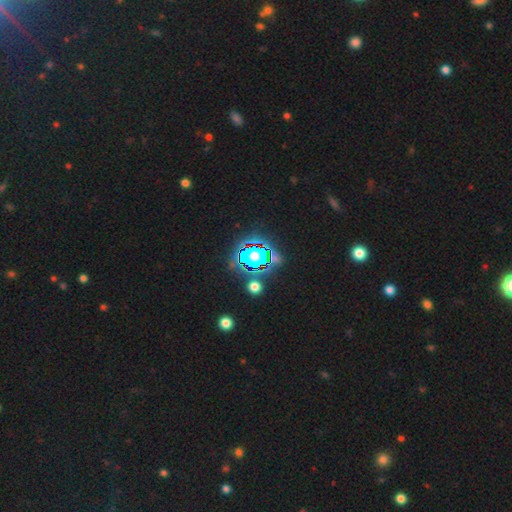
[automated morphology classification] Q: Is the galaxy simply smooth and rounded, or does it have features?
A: star or artifact — 81%.